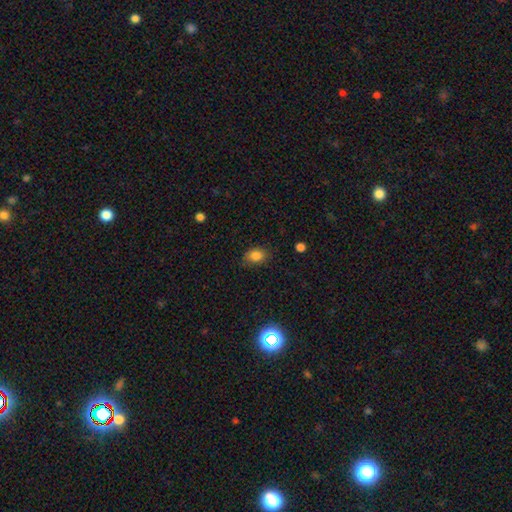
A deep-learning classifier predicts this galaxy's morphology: The model was most divided on "how rounded": in between: 71%, round: 28%, cigar-shaped: 1%. More confident: smooth or featured — smooth (82%); merging — none (77%).